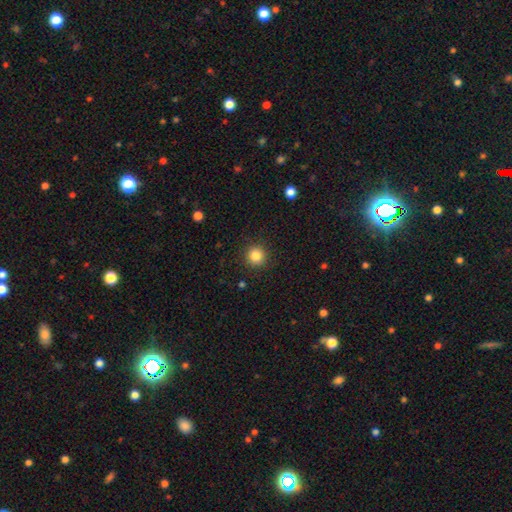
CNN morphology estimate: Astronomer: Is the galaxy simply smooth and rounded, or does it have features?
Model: smooth — 84%.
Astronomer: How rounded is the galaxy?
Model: round — 95%.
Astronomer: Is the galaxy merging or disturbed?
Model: none — 91%.